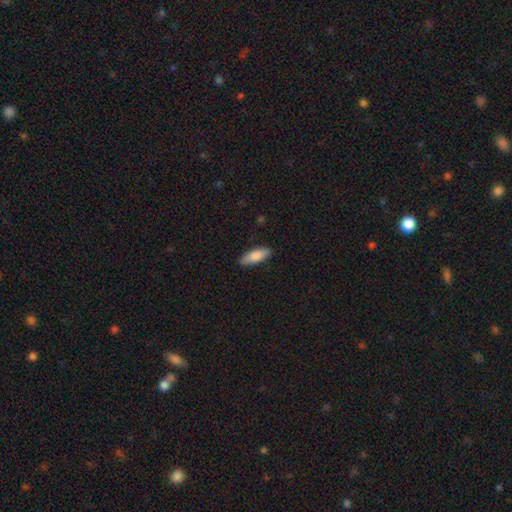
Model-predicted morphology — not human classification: Smooth or featured? Predicted: smooth (p=0.81). How rounded? Predicted: in between (p=0.65). Merging? Predicted: none (p=0.88).